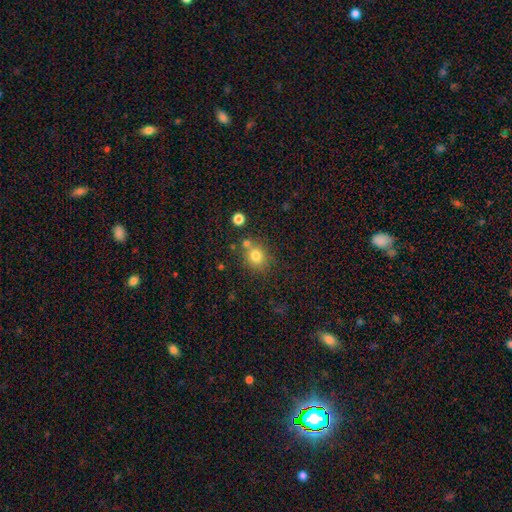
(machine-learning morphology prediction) A smooth galaxy with no disk features (78%) that is round (76%). Merging: none (67%).